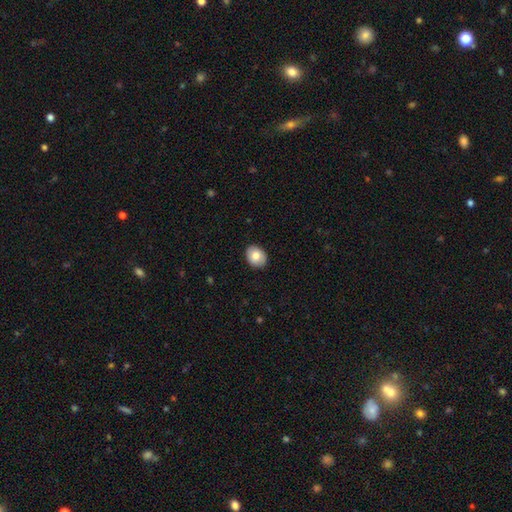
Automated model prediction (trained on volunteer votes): This appears to be a smooth galaxy with no disk features (79%) that is in between round and cigar-shaped (61%). Merging: none (87%).